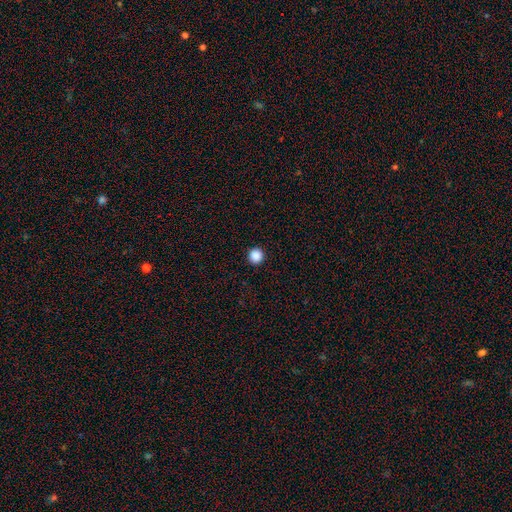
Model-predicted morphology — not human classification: A smooth galaxy with no disk features (88%) that is round (96%).

Vote fractions:
- Smooth or featured? smooth: 88% / star or artifact: 10% / featured or disk: 2%
- How rounded? round: 96% / in between: 3% / cigar-shaped: 1%
- Merging? none: 94% / minor disturbance: 4% / major disturbance: 1% / merger: 1%